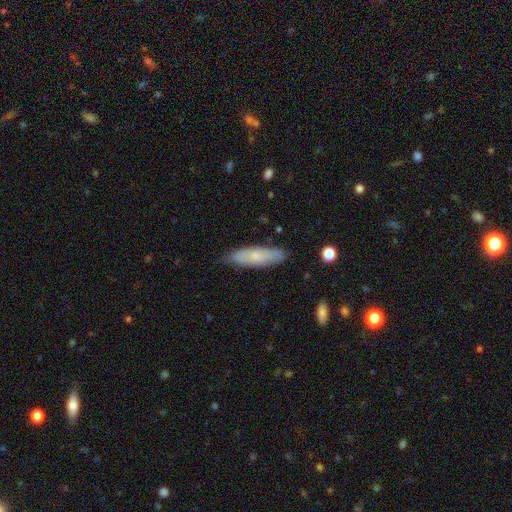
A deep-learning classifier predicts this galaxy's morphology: A smooth galaxy with no disk features (65%) that is cigar-shaped (67%). Merging: none (84%).